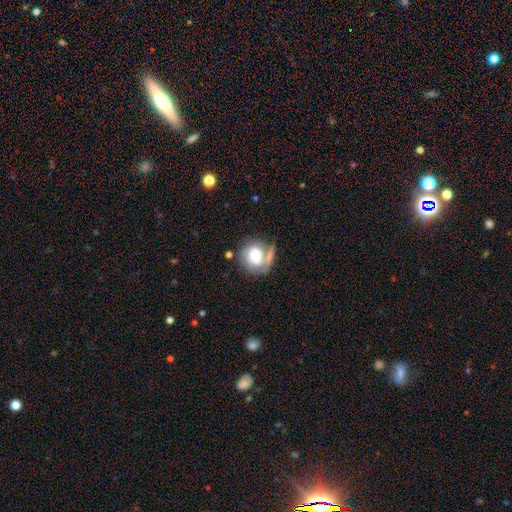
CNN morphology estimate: smooth_or_featured: featured or disk (p=0.48) [alt: smooth p=0.44]
merging: none (p=0.45) [alt: minor disturbance p=0.20]